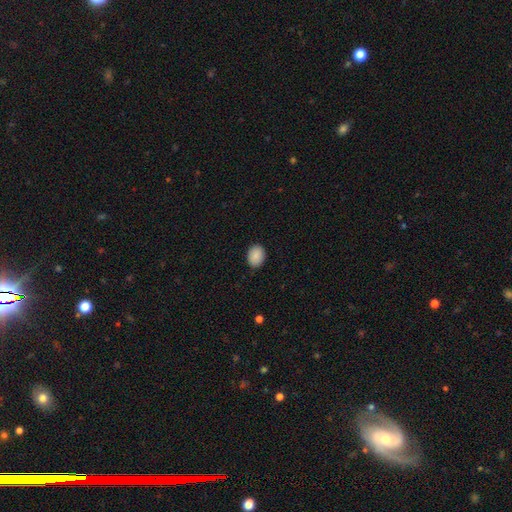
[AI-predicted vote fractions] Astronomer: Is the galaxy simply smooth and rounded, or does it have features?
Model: smooth — 89%.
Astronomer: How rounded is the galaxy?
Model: in between — 67%.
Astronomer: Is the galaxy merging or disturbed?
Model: none — 88%.